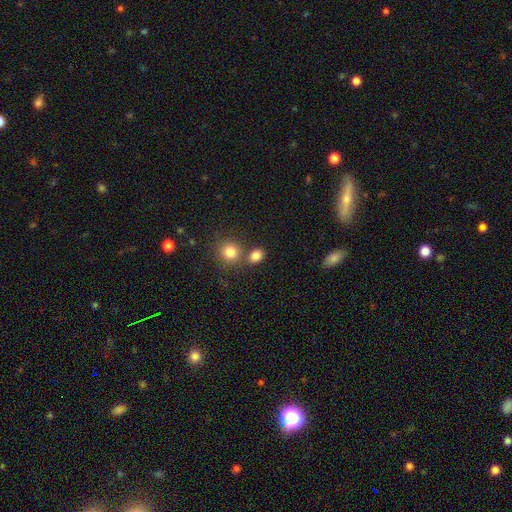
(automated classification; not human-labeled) Q: Smooth or featured?
A: smooth (82%); runner-up: star or artifact (12%)
Q: How rounded?
A: round (53%); runner-up: in between (46%)
Q: Merging?
A: none (62%); runner-up: merger (25%)